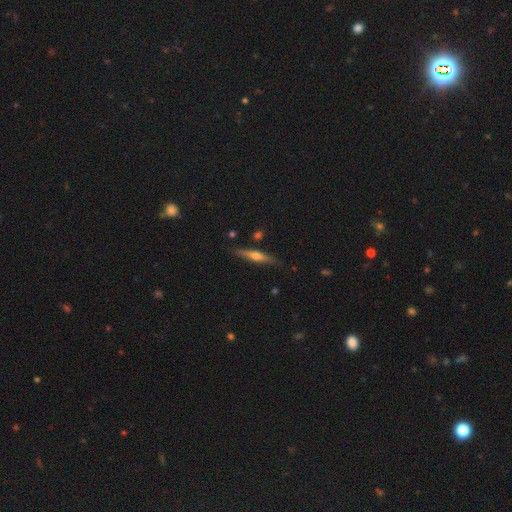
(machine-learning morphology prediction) The model was most divided on "smooth or featured": featured or disk: 59%, smooth: 34%, star or artifact: 6%. More confident: edge-on disk — yes (96%); edge-on bulge — rounded (86%); merging — none (85%).